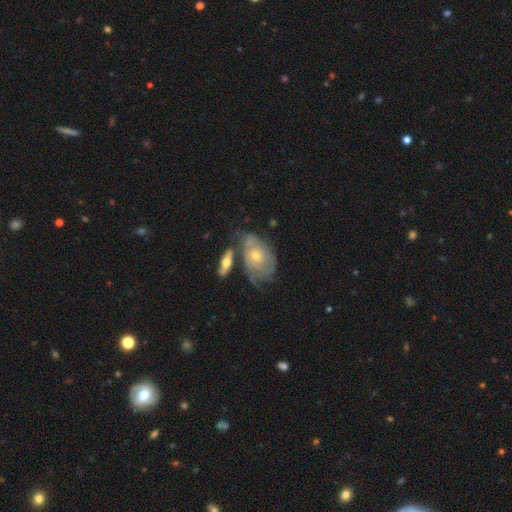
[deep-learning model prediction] The model was most divided on "bulge size": small: 54%, moderate: 42%, large: 2%, none: 1%, dominant: 1%. Remaining: edge-on disk — no (92%); bar — no (82%); spiral arms — yes (75%); smooth or featured — featured or disk (68%); merging — none (41%).